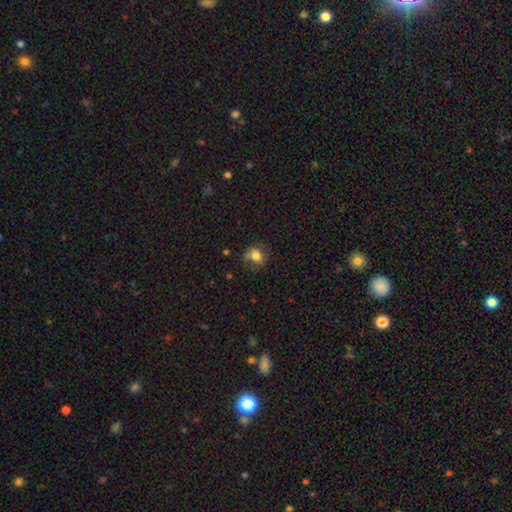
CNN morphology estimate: Smooth or featured? smooth (76%)
How rounded? round (55%)
Merging? none (62%)